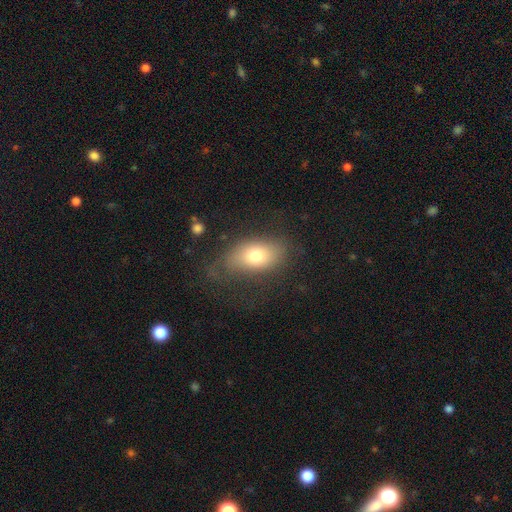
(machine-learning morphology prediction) This is likely a smooth galaxy (71%). How rounded: clearly in between (87%). Merging: likely none (60%).